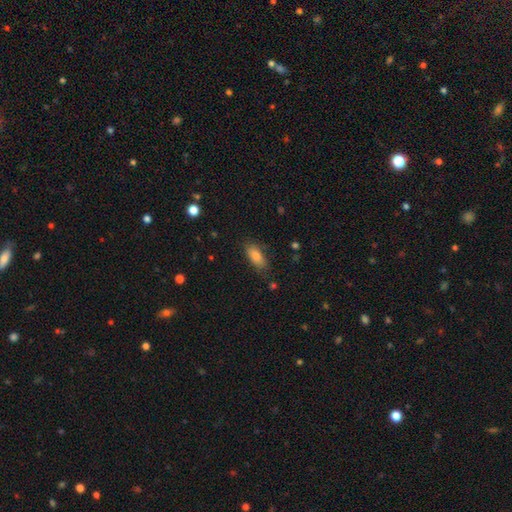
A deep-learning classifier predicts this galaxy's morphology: This appears to be a smooth galaxy with no disk features (83%) that is in between round and cigar-shaped (79%). Merging: none (79%).